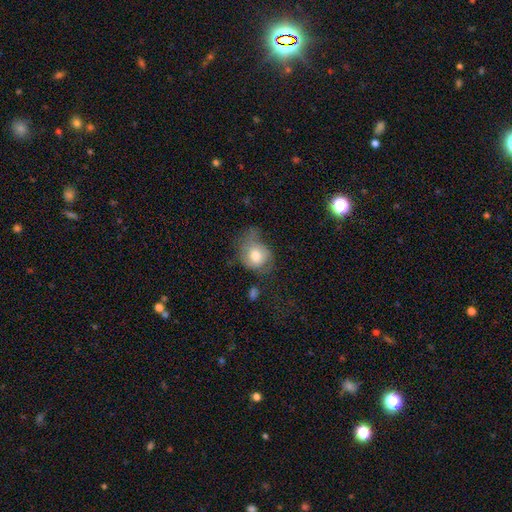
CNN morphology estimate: Smooth or featured? Predicted: smooth (p=0.69). How rounded? Predicted: round (p=0.59). Merging? Predicted: minor disturbance (p=0.33).